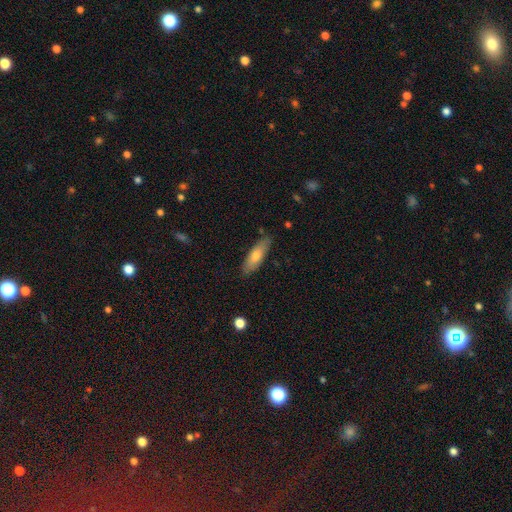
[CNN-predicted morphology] This is likely a smooth galaxy (68%). How rounded: possibly cigar-shaped (52%). Merging: clearly none (83%).